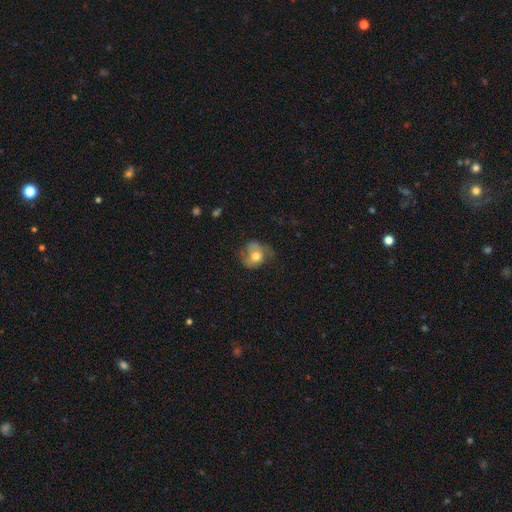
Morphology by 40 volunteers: smooth_or_featured: featured or disk (p=0.60) [alt: smooth p=0.38]
disk_edge_on: no (p=1.00)
bar: no (p=0.96) [alt: weak p=0.04]
has_spiral_arms: yes (p=0.67) [alt: no p=0.33]
spiral_winding: loose (p=0.44) [alt: medium p=0.38]
spiral_arm_count: 2 (p=0.50) [alt: 3 p=0.25]
bulge_size: moderate (p=0.71) [alt: large p=0.25]
merging: none (p=0.49) [alt: minor disturbance p=0.23]